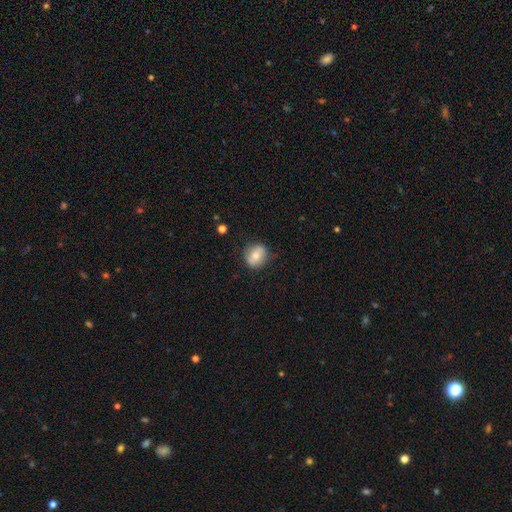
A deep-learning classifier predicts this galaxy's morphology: smooth-or-featured: smooth: 64% | featured or disk: 27% | star or artifact: 9%
  how-rounded: round: 77% | in between: 22% | cigar-shaped: 1%
  merging: none: 76% | minor disturbance: 18% | major disturbance: 4% | merger: 2%